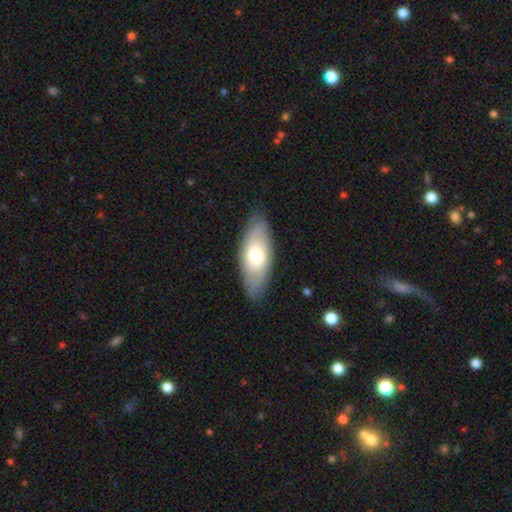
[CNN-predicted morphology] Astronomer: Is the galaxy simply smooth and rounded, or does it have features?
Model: smooth — 59% (runner-up: featured or disk, 35%).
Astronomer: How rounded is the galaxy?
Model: in between — 83%.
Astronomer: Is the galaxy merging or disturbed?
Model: none — 83%.